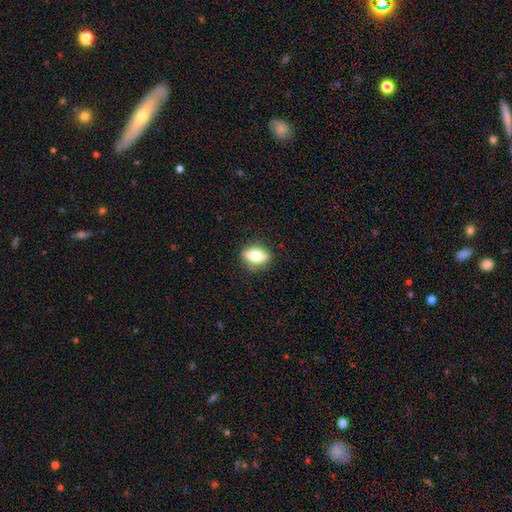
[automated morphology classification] Smooth or featured?
  - smooth: 67% *
  - featured or disk: 25%
  - star or artifact: 8%
How rounded?
  - in between: 76% *
  - round: 14%
  - cigar-shaped: 11%
Merging?
  - none: 84% *
  - minor disturbance: 12%
  - major disturbance: 3%
  - merger: 1%